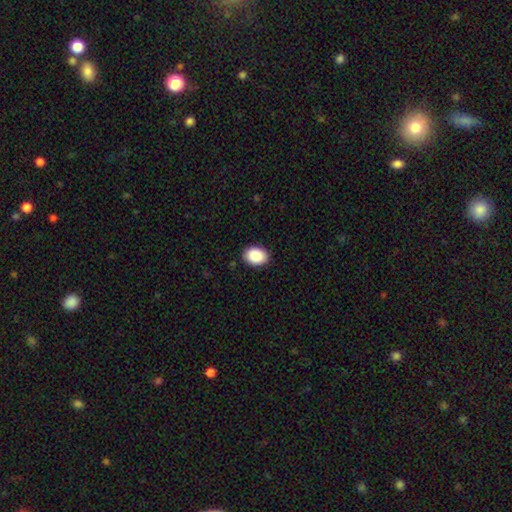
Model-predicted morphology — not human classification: This appears to be a smooth galaxy with no disk features (90%) that is in between round and cigar-shaped (75%). Merging: none (89%).